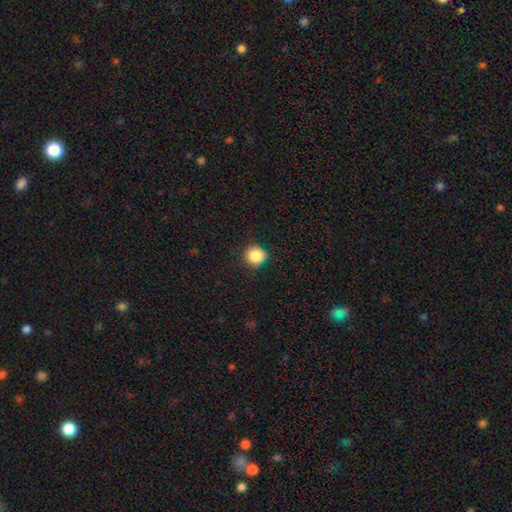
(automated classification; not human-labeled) Smooth or featured?
  - smooth: 85% *
  - star or artifact: 10%
  - featured or disk: 4%
How rounded?
  - round: 92% *
  - in between: 7%
  - cigar-shaped: 1%
Merging?
  - none: 79% *
  - minor disturbance: 16%
  - major disturbance: 3%
  - merger: 1%